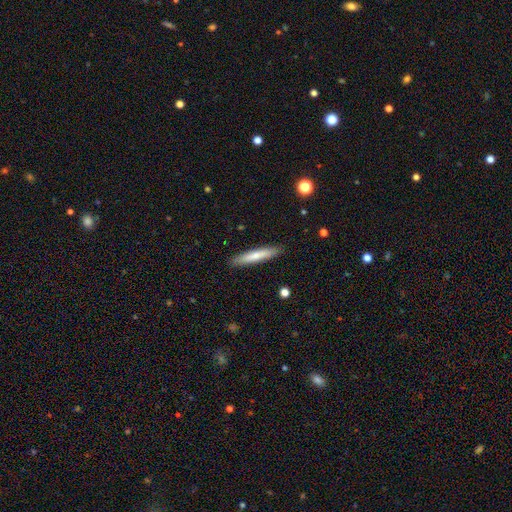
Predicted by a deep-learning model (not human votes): Smooth or featured? smooth (68%)
How rounded? cigar-shaped (92%)
Merging? none (90%)